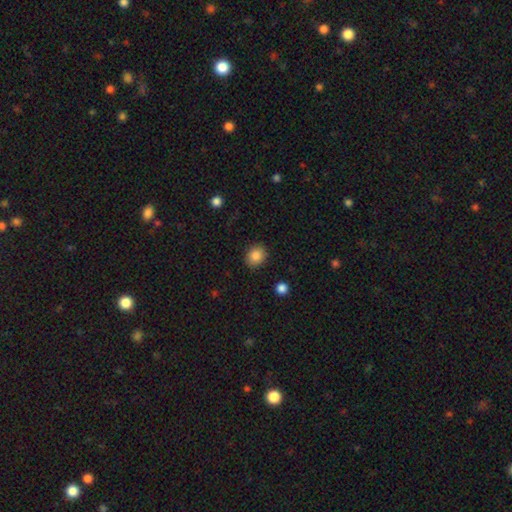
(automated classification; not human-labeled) Q: Smooth or featured?
A: smooth (86%); runner-up: star or artifact (9%)
Q: How rounded?
A: round (64%); runner-up: in between (35%)
Q: Merging?
A: none (88%); runner-up: minor disturbance (8%)